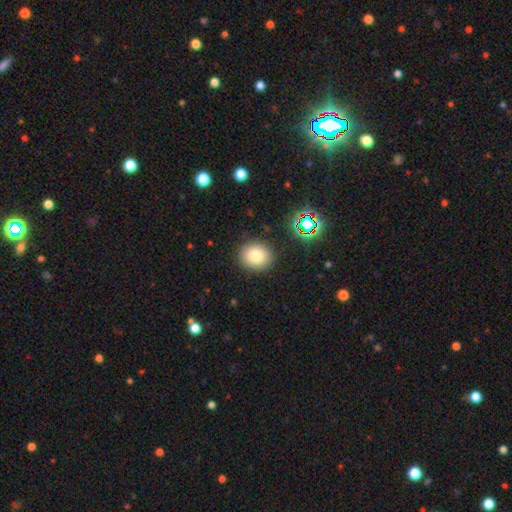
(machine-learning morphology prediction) Q: Smooth or featured?
A: smooth (81%); runner-up: star or artifact (12%)
Q: How rounded?
A: round (66%); runner-up: in between (33%)
Q: Merging?
A: none (88%); runner-up: minor disturbance (8%)